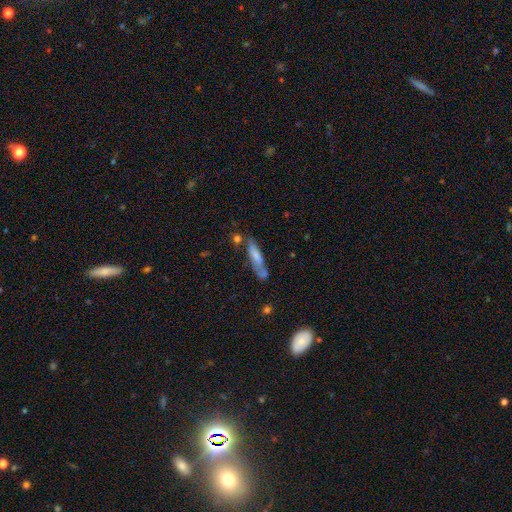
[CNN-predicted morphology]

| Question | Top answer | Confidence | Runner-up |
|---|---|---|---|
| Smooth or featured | smooth | 65% | featured or disk (28%) |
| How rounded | cigar-shaped | 77% | in between (22%) |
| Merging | none | 49% | minor disturbance (23%) |